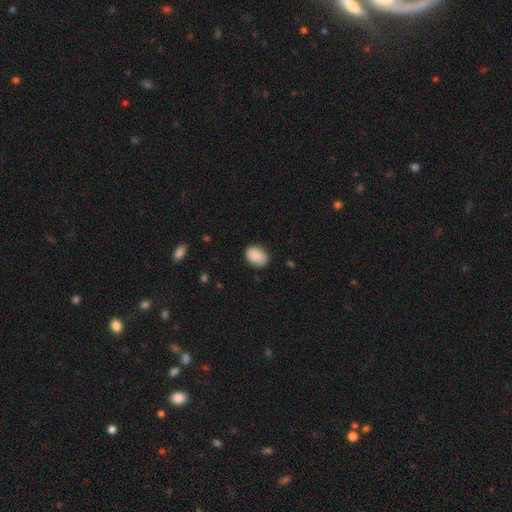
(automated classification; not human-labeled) Smooth or featured? smooth (90%)
How rounded? in between (76%)
Merging? none (85%)